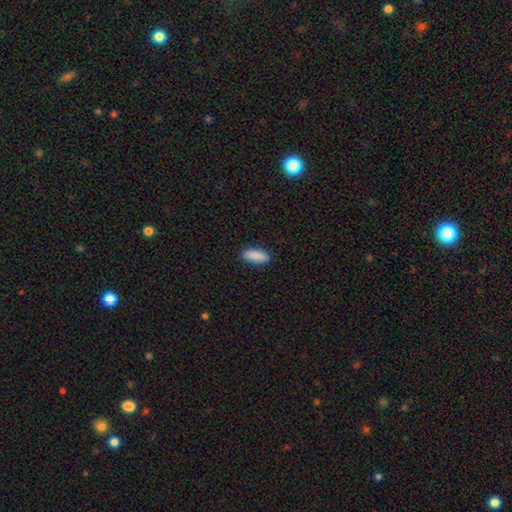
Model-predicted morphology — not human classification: A smooth galaxy with no disk features (90%) that is in between round and cigar-shaped (71%). Merging: none (89%).